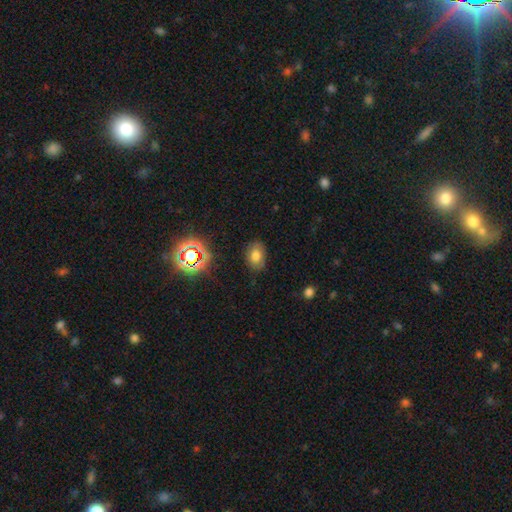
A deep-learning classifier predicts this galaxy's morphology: The model was most divided on "smooth or featured": smooth: 73%, star or artifact: 16%, featured or disk: 11%. More confident: merging — none (83%); how rounded — in between (79%).